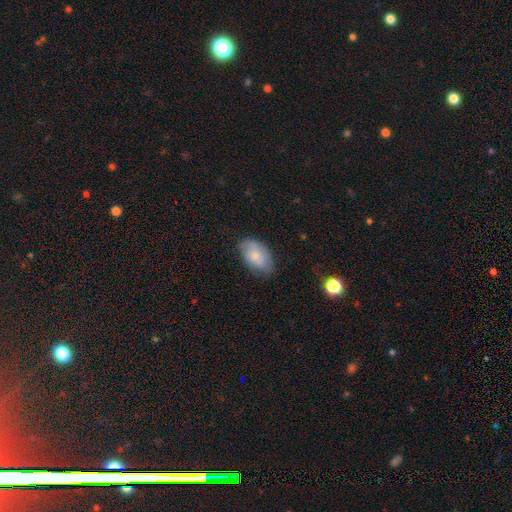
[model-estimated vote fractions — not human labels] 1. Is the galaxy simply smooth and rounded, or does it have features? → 82% smooth, 12% featured or disk, 6% star or artifact.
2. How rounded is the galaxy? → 94% in between, 5% round, 1% cigar-shaped.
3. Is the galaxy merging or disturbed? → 74% none, 21% minor disturbance, 4% major disturbance, 1% merger.